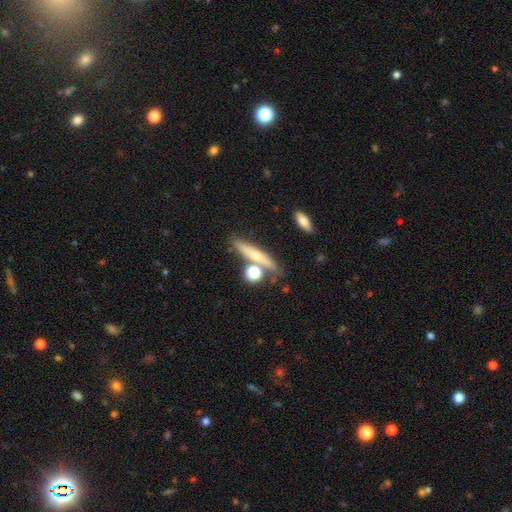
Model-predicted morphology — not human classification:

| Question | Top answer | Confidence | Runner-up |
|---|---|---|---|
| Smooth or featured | smooth | 50% | featured or disk (41%) |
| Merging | none | 67% | merger (15%) |